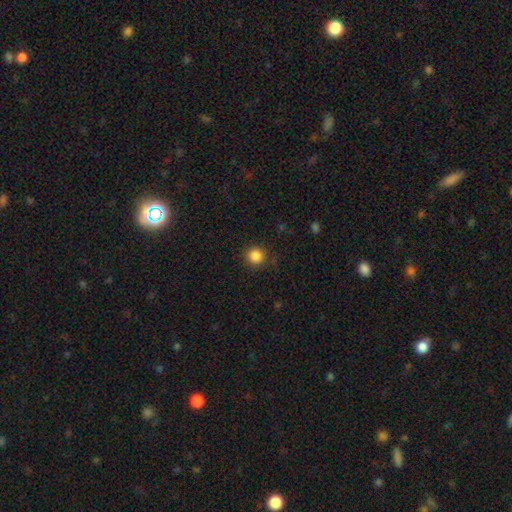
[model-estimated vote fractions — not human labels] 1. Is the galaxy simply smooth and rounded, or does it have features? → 86% smooth, 11% star or artifact, 3% featured or disk.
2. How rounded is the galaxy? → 94% round, 5% in between, 1% cigar-shaped.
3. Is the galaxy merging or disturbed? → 89% none, 7% minor disturbance, 3% major disturbance, 1% merger.